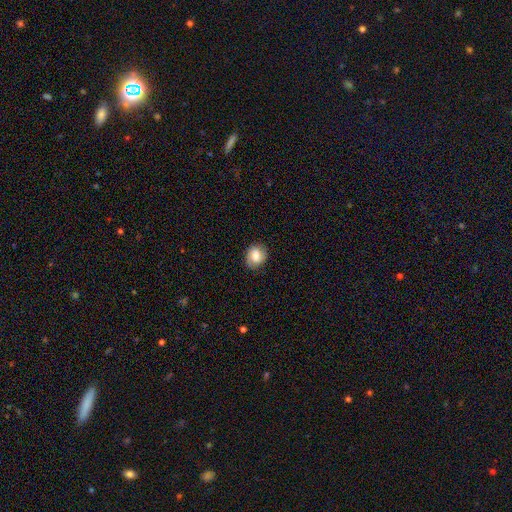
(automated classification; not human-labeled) smooth-or-featured: smooth: 61% | featured or disk: 30% | star or artifact: 9%
  how-rounded: round: 52% | in between: 47% | cigar-shaped: 1%
  merging: none: 81% | minor disturbance: 14% | major disturbance: 4% | merger: 1%